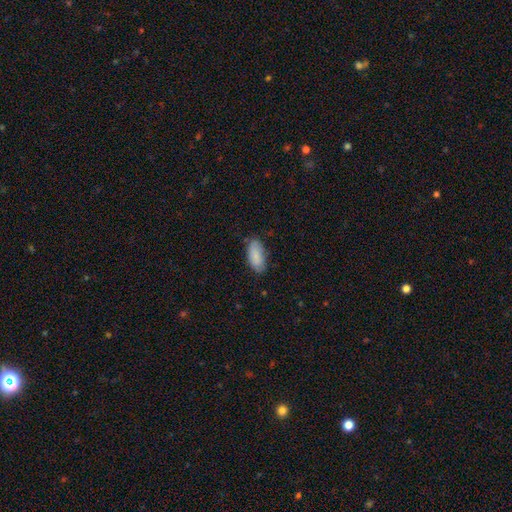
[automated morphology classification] Overall: smooth (86%). How rounded: in between (91%). Merging: none (73%).